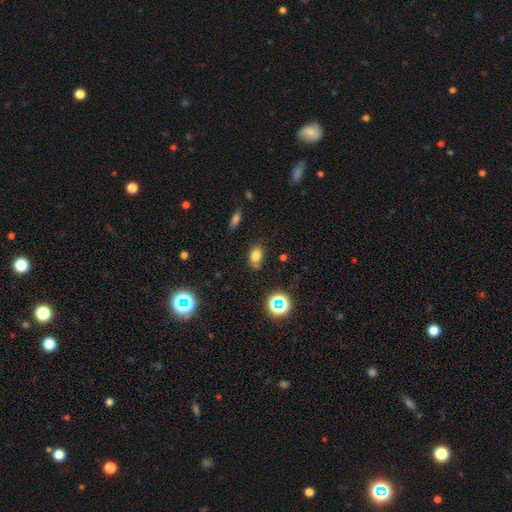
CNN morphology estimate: A smooth galaxy with no disk features (75%) that is in between round and cigar-shaped (74%).

Vote fractions:
- Smooth or featured? smooth: 75% / star or artifact: 15% / featured or disk: 9%
- How rounded? in between: 74% / round: 24% / cigar-shaped: 2%
- Merging? none: 60% / minor disturbance: 27% / major disturbance: 8% / merger: 5%